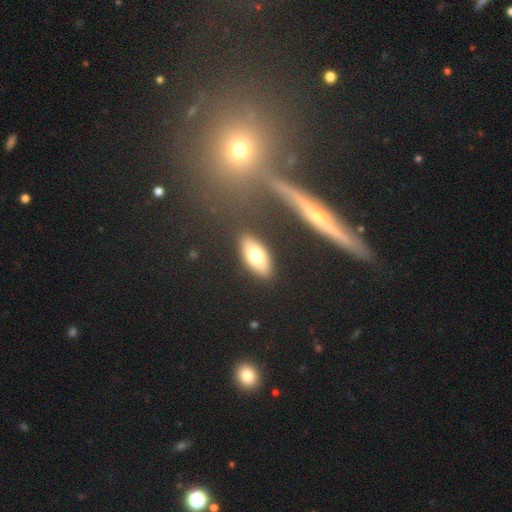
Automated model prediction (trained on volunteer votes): Smooth or featured?
  - smooth: 71% *
  - featured or disk: 22%
  - star or artifact: 8%
How rounded?
  - in between: 82% *
  - cigar-shaped: 14%
  - round: 4%
Merging?
  - none: 87% *
  - minor disturbance: 8%
  - major disturbance: 2%
  - merger: 2%